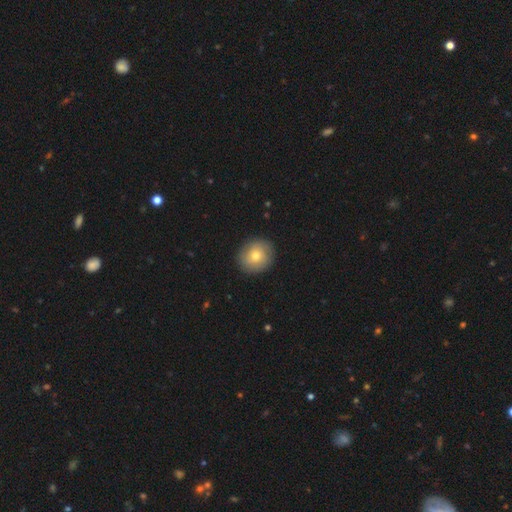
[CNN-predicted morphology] This is likely a smooth galaxy (70%). How rounded: clearly round (83%). Merging: clearly none (88%).